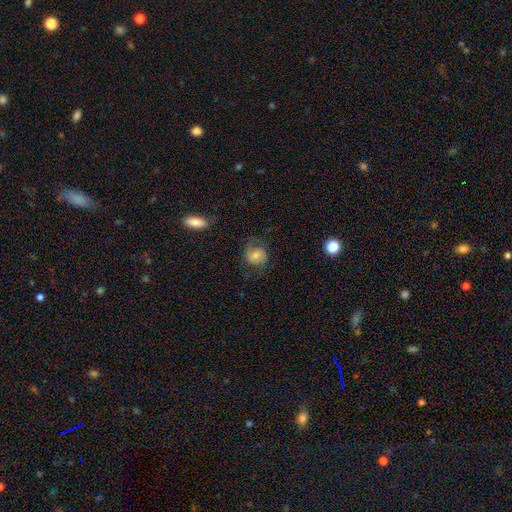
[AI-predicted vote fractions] Smooth or featured: smooth — 59% (featured or disk — 32%)
How rounded: round — 73% (in between — 26%)
Merging: none — 60% (minor disturbance — 21%)